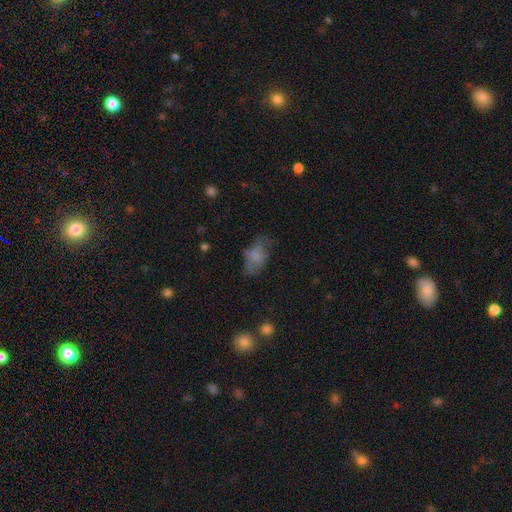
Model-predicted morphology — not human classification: type=smooth (67%); roundness=in between (91%); merging=none (48%).